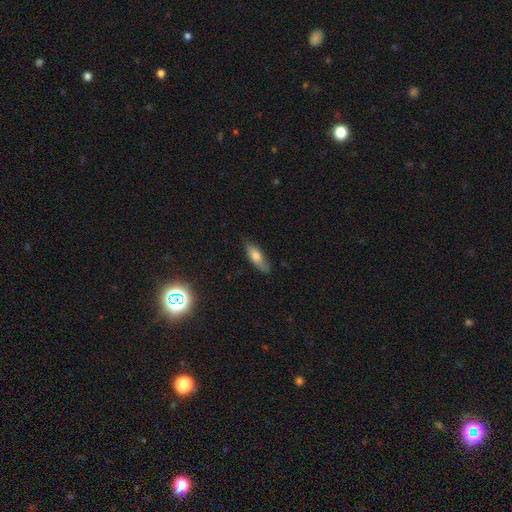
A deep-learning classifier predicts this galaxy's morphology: A smooth galaxy with no disk features (67%) that is in between round and cigar-shaped (57%).

Vote fractions:
- Smooth or featured? smooth: 67% / featured or disk: 25% / star or artifact: 8%
- How rounded? in between: 57% / cigar-shaped: 40% / round: 3%
- Merging? none: 75% / minor disturbance: 20% / major disturbance: 4% / merger: 1%